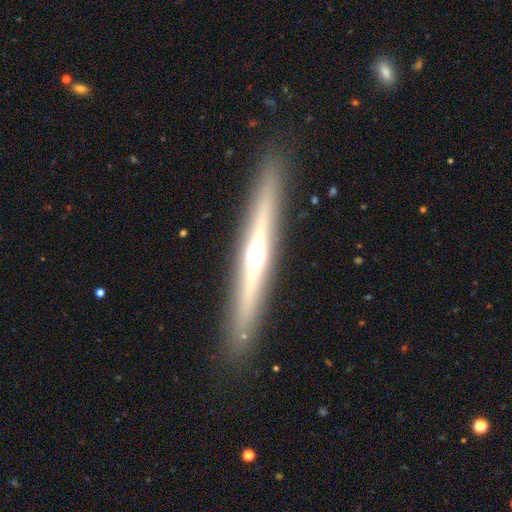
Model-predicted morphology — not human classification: A featured or disk galaxy (71%) viewed edge-on (97%) with a rounded central bulge (88%). Merging: none (90%).